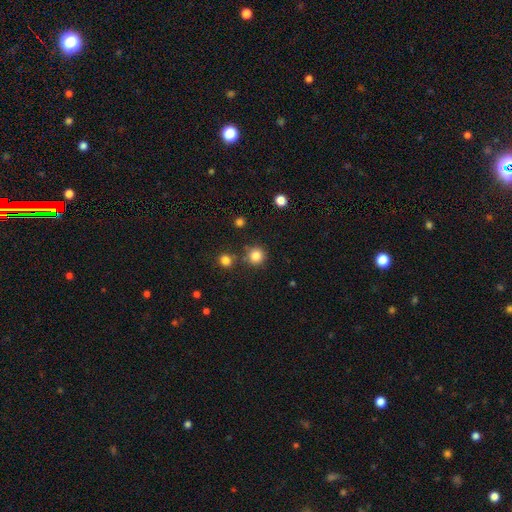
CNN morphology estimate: The model was most divided on "merging": none: 80%, minor disturbance: 9%, merger: 9%, major disturbance: 3%. More confident: how rounded — round (93%); smooth or featured — smooth (84%).